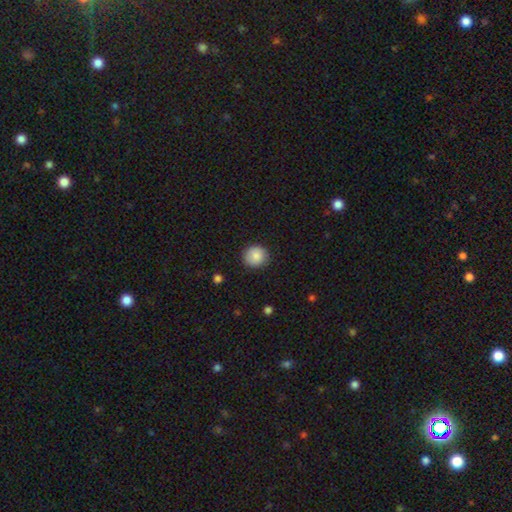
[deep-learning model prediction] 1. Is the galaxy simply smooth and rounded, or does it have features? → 86% smooth, 8% star or artifact, 6% featured or disk.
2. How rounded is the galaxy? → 91% round, 8% in between, 1% cigar-shaped.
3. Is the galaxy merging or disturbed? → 88% none, 9% minor disturbance, 2% major disturbance, 1% merger.